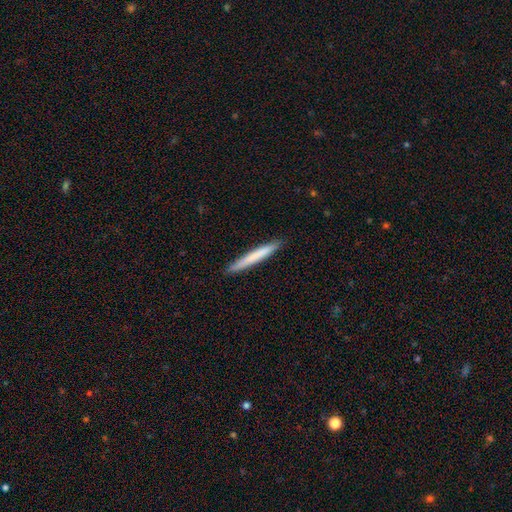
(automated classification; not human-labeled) Smooth or featured? smooth (71%)
How rounded? cigar-shaped (97%)
Merging? none (91%)